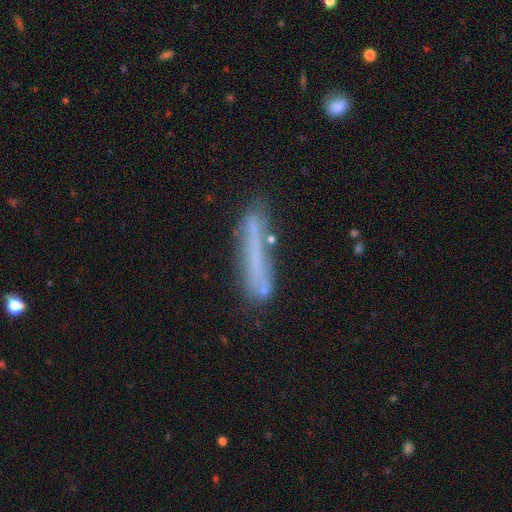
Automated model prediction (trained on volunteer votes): The model was most divided on "smooth or featured": smooth: 51%, featured or disk: 39%, star or artifact: 10%. More confident: how rounded — cigar-shaped (92%); merging — none (69%).